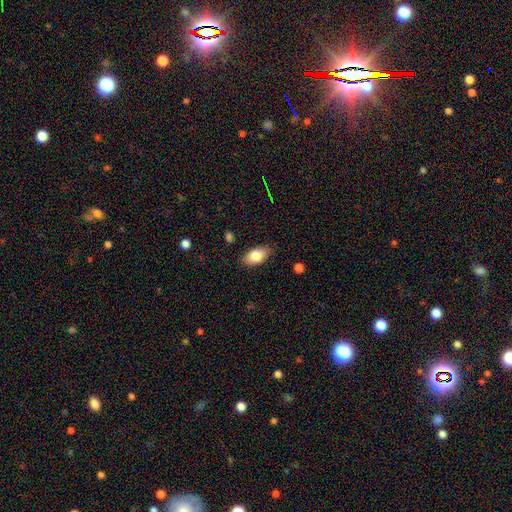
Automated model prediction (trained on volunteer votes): Smooth or featured: smooth — 81% (featured or disk — 12%)
How rounded: in between — 93% (round — 4%)
Merging: none — 84% (minor disturbance — 13%)